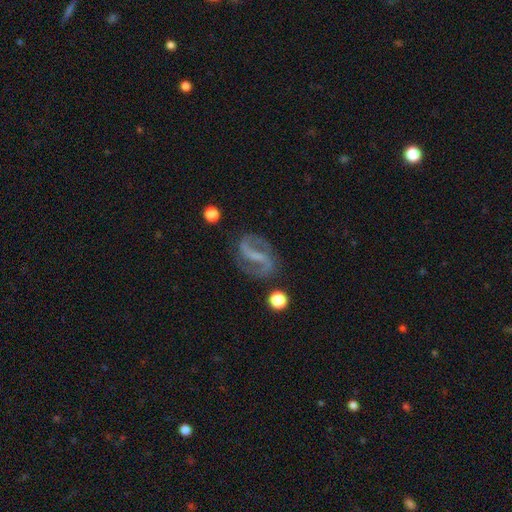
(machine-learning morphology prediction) The model was most divided on "spiral winding": medium: 48%, loose: 38%, tight: 14%. More confident: edge-on disk — no (97%); spiral arms — yes (96%); spiral arm count — 2 (93%); smooth or featured — featured or disk (88%); merging — none (79%); bar — strong (53%); bulge size — none (52%).